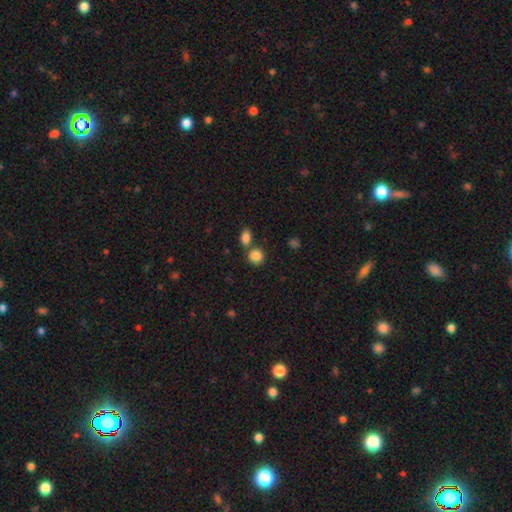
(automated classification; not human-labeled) A smooth galaxy with no disk features (86%) that is round (76%).

Vote fractions:
- Smooth or featured? smooth: 86% / star or artifact: 9% / featured or disk: 5%
- How rounded? round: 76% / in between: 23% / cigar-shaped: 1%
- Merging? none: 61% / merger: 26% / minor disturbance: 9% / major disturbance: 3%